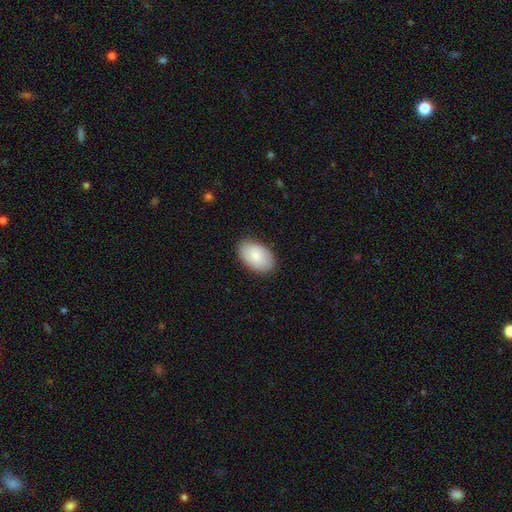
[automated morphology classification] Smooth or featured? Predicted: smooth (p=0.79). How rounded? Predicted: in between (p=0.92). Merging? Predicted: none (p=0.85).